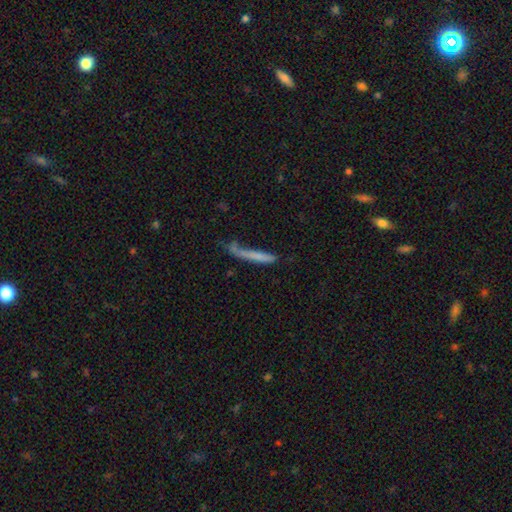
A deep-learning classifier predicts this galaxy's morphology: type=smooth (65%); roundness=cigar-shaped (93%); merging=none (50%).